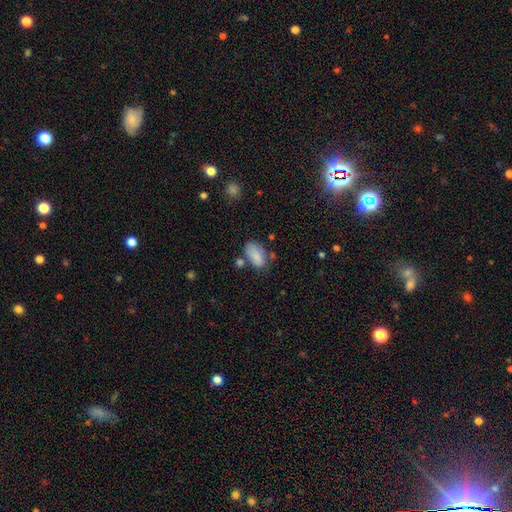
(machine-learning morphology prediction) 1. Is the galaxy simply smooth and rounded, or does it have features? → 82% smooth, 10% featured or disk, 8% star or artifact.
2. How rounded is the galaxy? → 92% in between, 5% round, 3% cigar-shaped.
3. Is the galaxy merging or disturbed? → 56% none, 24% minor disturbance, 12% merger, 8% major disturbance.